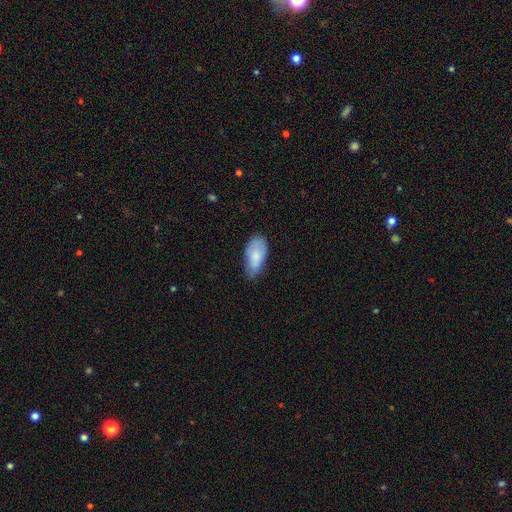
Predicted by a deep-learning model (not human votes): smooth_or_featured: smooth (p=0.80) [alt: featured or disk p=0.14]
how_rounded: in between (p=0.92) [alt: cigar-shaped p=0.06]
merging: none (p=0.55) [alt: minor disturbance p=0.37]